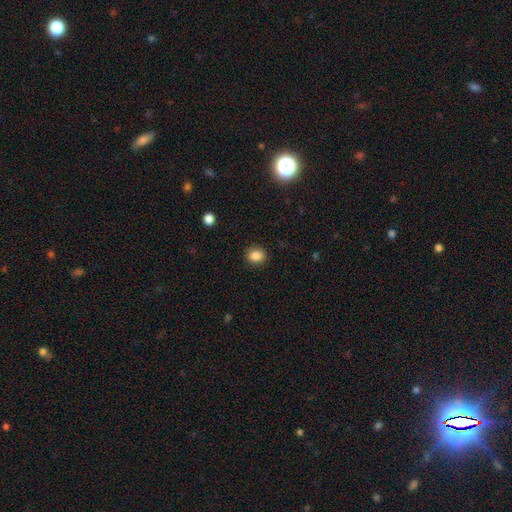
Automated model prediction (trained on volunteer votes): Smooth or featured? Predicted: smooth (p=0.85). How rounded? Predicted: round (p=0.77). Merging? Predicted: none (p=0.90).